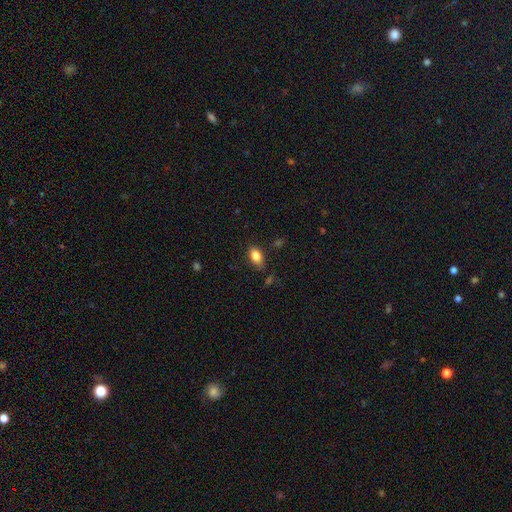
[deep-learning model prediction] Q: Smooth or featured?
A: smooth (82%); runner-up: featured or disk (9%)
Q: How rounded?
A: in between (89%); runner-up: round (8%)
Q: Merging?
A: none (79%); runner-up: minor disturbance (15%)